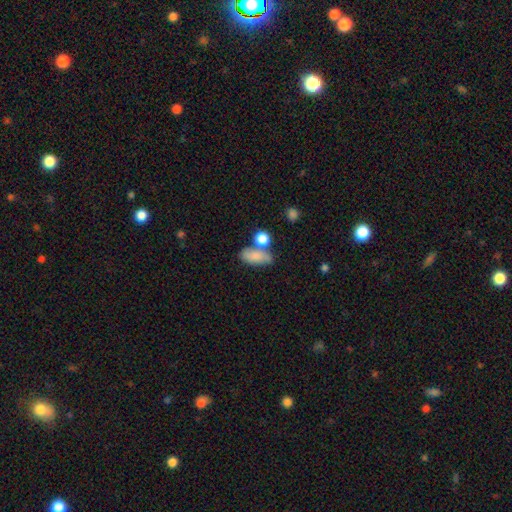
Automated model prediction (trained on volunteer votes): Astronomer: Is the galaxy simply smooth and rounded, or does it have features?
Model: smooth — 79%.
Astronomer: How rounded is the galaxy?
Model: in between — 81%.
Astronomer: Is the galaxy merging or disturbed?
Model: none — 49% (runner-up: merger, 26%).